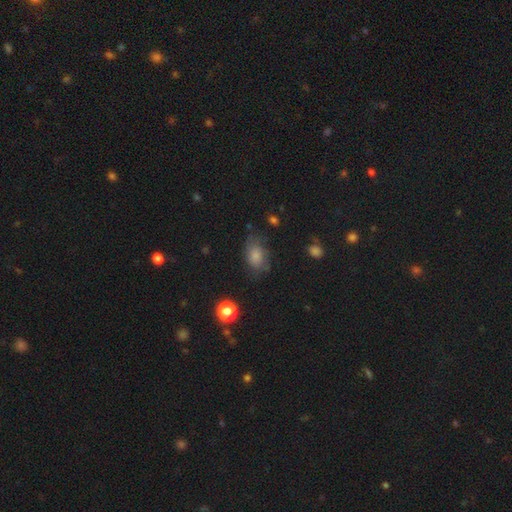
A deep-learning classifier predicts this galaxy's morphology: smooth-or-featured: smooth: 75% | featured or disk: 14% | star or artifact: 11%
  how-rounded: in between: 82% | round: 16% | cigar-shaped: 2%
  merging: none: 59% | minor disturbance: 27% | major disturbance: 12% | merger: 2%